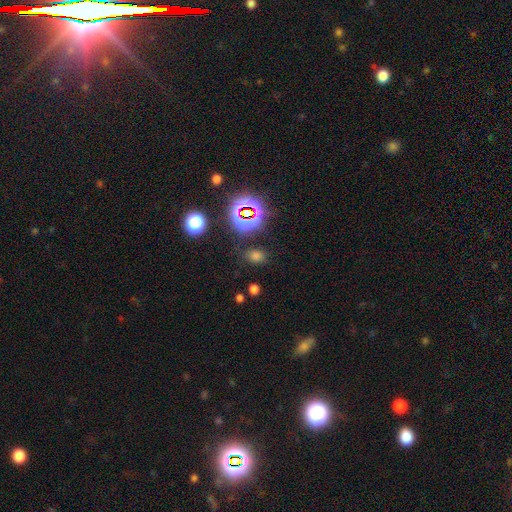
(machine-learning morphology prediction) This is possibly a smooth galaxy (58%). How rounded: likely in between (62%). Merging: clearly none (80%).